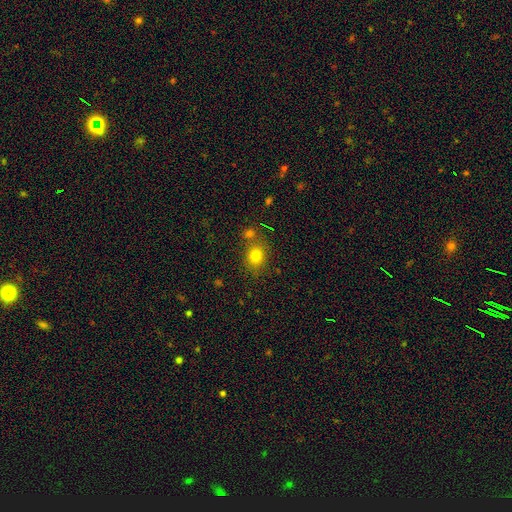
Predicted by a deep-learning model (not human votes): This is likely a smooth galaxy (78%). How rounded: likely round (60%). Merging: likely none (70%).